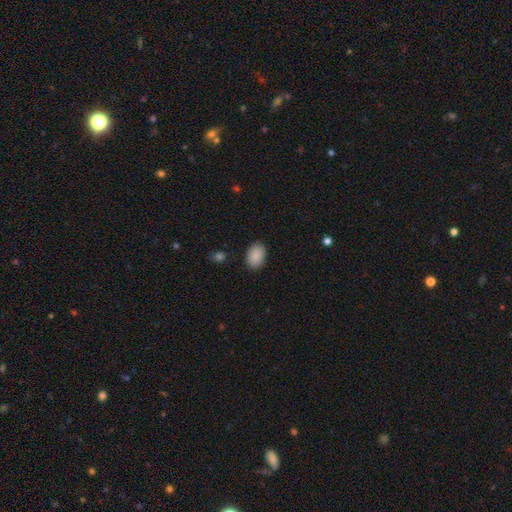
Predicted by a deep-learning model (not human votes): Morphology: type=smooth (90%); roundness=in between (86%); merging=none (87%).